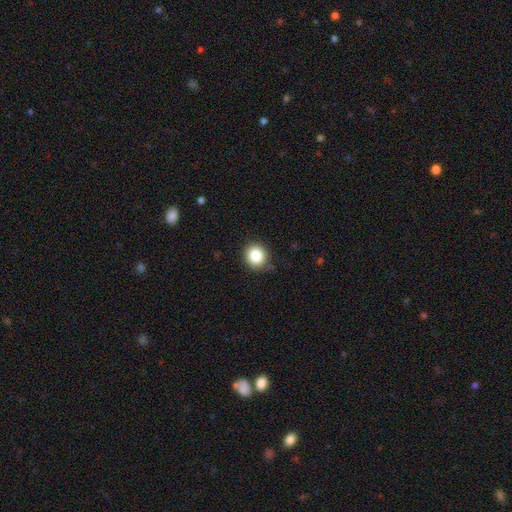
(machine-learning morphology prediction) Smooth or featured?
  - smooth: 86% *
  - star or artifact: 9%
  - featured or disk: 5%
How rounded?
  - round: 86% *
  - in between: 14%
  - cigar-shaped: 1%
Merging?
  - none: 83% *
  - minor disturbance: 13%
  - major disturbance: 3%
  - merger: 1%